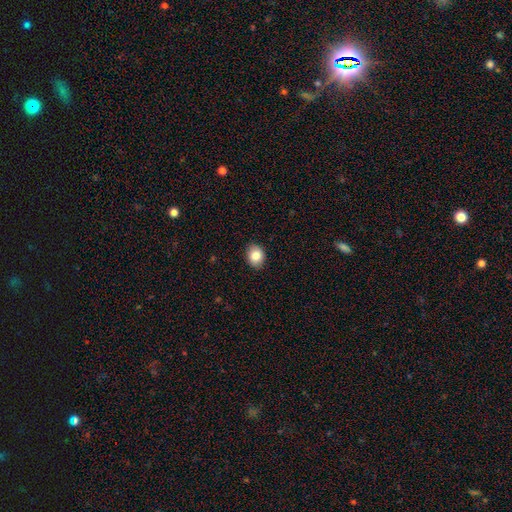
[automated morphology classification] type=smooth (85%); roundness=in between (55%); merging=none (89%).